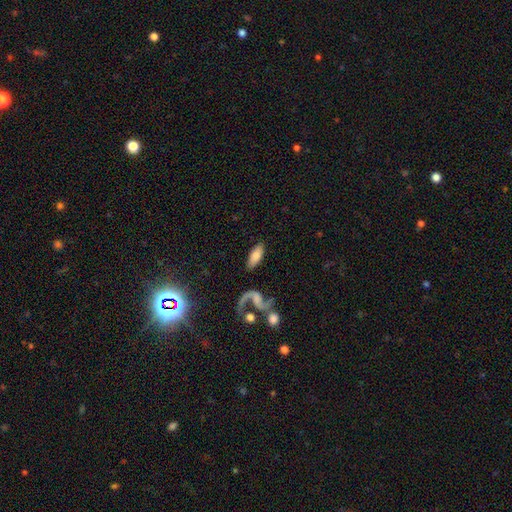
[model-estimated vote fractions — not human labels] Smooth or featured? smooth (70%)
How rounded? in between (78%)
Merging? none (75%)